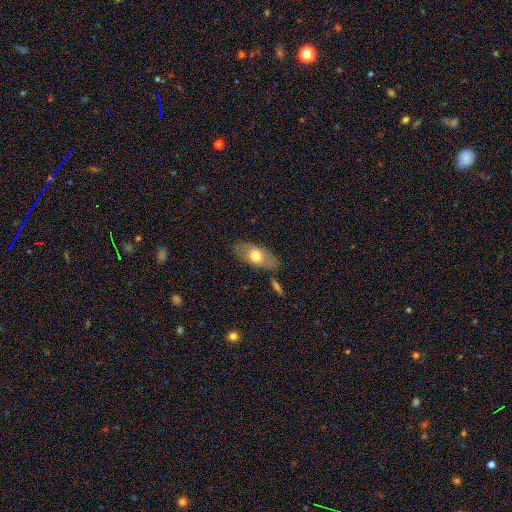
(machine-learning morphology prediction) Smooth or featured? Predicted: smooth (p=0.63). How rounded? Predicted: in between (p=0.87). Merging? Predicted: none (p=0.79).